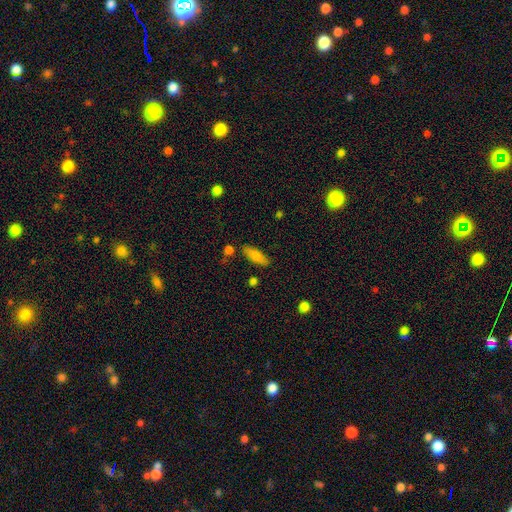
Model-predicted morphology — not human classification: Q: Smooth or featured?
A: smooth (81%); runner-up: featured or disk (12%)
Q: How rounded?
A: in between (63%); runner-up: cigar-shaped (35%)
Q: Merging?
A: none (80%); runner-up: minor disturbance (13%)